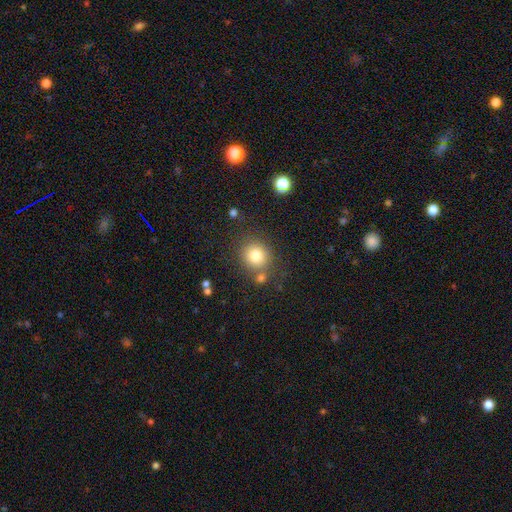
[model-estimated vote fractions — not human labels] A smooth galaxy with no disk features (80%) that is round (86%).

Vote fractions:
- Smooth or featured? smooth: 80% / star or artifact: 12% / featured or disk: 8%
- How rounded? round: 86% / in between: 13% / cigar-shaped: 1%
- Merging? none: 75% / merger: 11% / minor disturbance: 11% / major disturbance: 4%